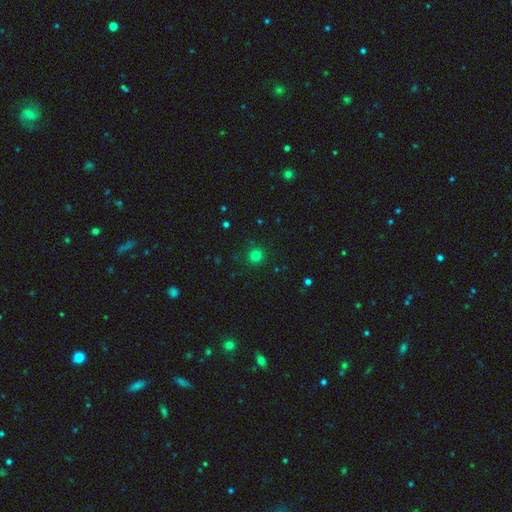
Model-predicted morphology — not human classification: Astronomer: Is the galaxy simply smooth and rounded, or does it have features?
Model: smooth — 78%.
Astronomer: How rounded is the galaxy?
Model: round — 94%.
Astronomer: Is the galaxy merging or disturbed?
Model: none — 91%.